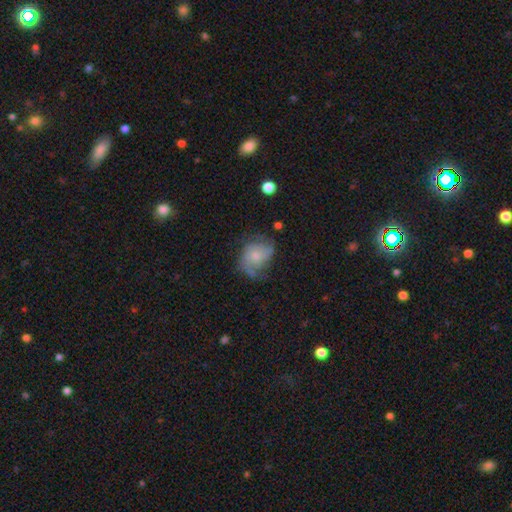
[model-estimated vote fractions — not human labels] This is possibly a featured or disk galaxy (59%). It is clearly not viewed edge-on (98%). Bar: likely no (76%). Spiral arm pattern: clearly yes (82%). Central bulge: possibly small (52%). Merging: possibly none (49%).